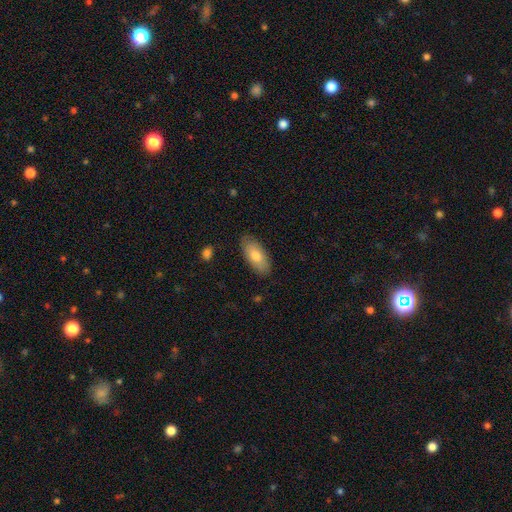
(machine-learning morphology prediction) Smooth or featured?
  - smooth: 76% *
  - featured or disk: 18%
  - star or artifact: 6%
How rounded?
  - in between: 88% *
  - cigar-shaped: 9%
  - round: 2%
Merging?
  - none: 86% *
  - minor disturbance: 11%
  - major disturbance: 2%
  - merger: 1%